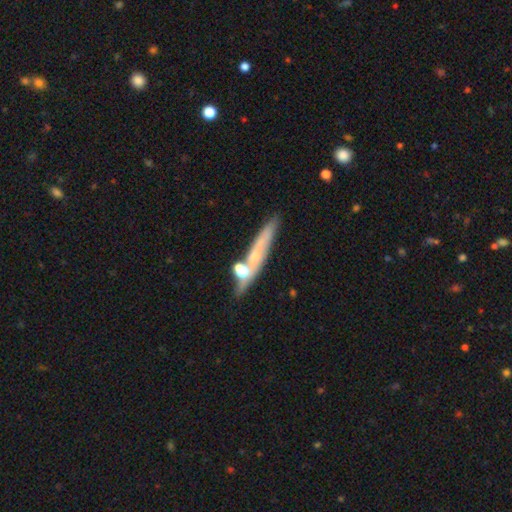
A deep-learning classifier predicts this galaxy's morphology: featured or disk 47%, smooth 43%, star or artifact 10%. Down the decision tree: merging — none (65%).